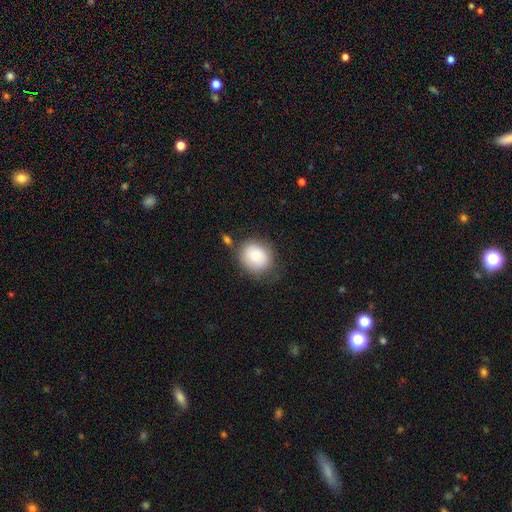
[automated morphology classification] This is likely a smooth galaxy (77%). How rounded: likely round (74%). Merging: likely none (72%).